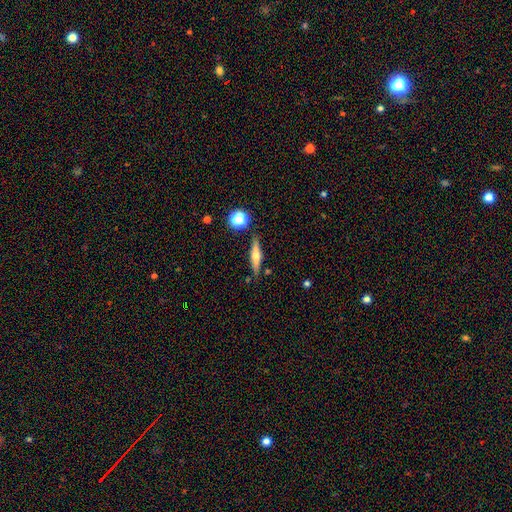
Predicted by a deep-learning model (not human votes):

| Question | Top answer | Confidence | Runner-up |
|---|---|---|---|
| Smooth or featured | featured or disk | 53% | smooth (39%) |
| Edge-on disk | yes | 93% | no (7%) |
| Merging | none | 84% | minor disturbance (10%) |